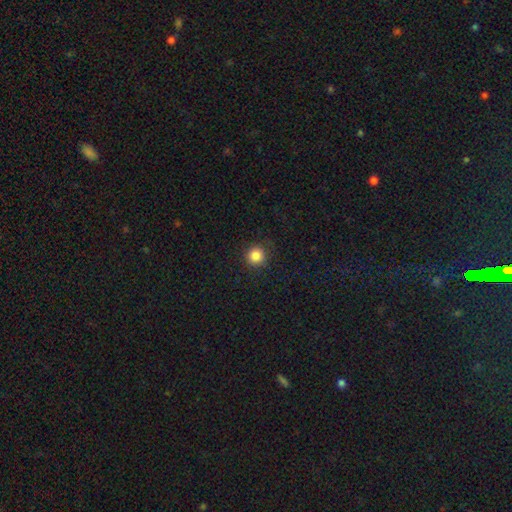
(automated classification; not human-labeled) smooth_or_featured: smooth (p=0.85) [alt: star or artifact p=0.11]
how_rounded: round (p=0.94) [alt: in between p=0.05]
merging: none (p=0.90) [alt: minor disturbance p=0.06]